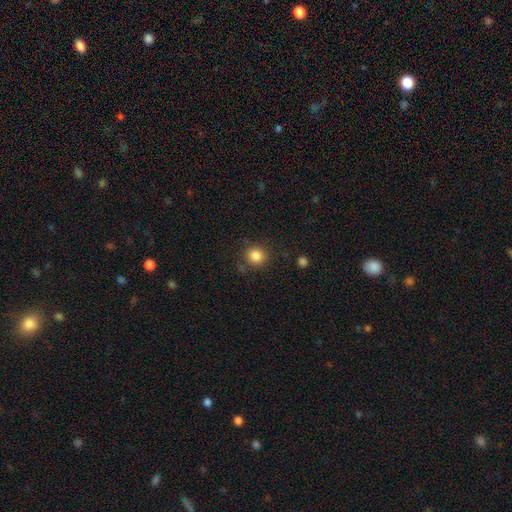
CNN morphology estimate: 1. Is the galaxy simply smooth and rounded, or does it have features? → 84% smooth, 11% star or artifact, 5% featured or disk.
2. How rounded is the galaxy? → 90% round, 9% in between, 1% cigar-shaped.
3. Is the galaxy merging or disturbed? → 84% none, 10% minor disturbance, 3% major disturbance, 3% merger.